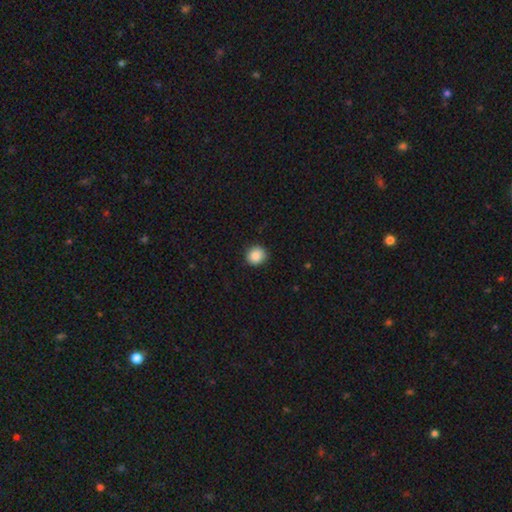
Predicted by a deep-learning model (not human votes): Smooth or featured? smooth (88%)
How rounded? round (88%)
Merging? none (90%)